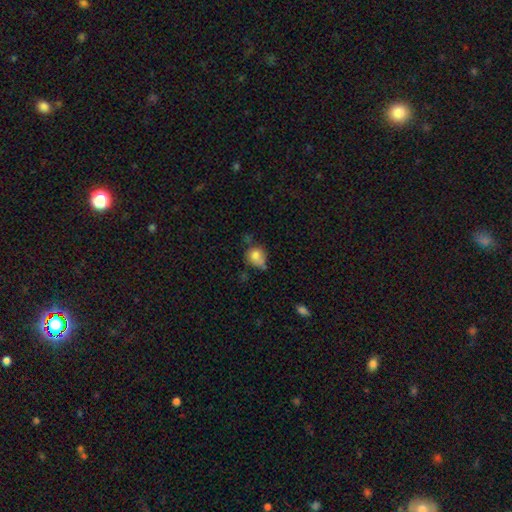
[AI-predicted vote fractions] This is likely a smooth galaxy (78%). How rounded: likely round (67%). Merging: marginally none (44%).